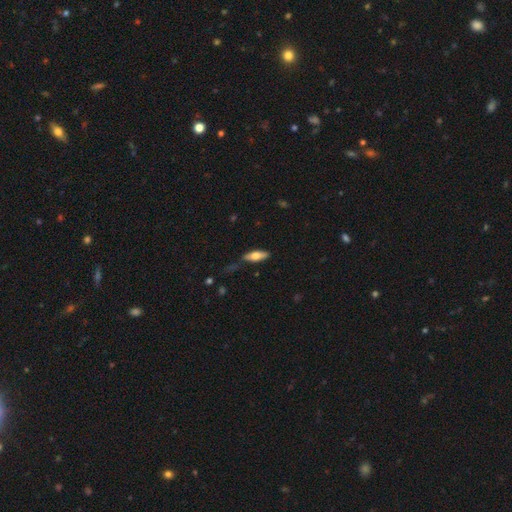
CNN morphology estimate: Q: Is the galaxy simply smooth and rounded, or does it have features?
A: smooth — 60%.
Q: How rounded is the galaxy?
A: in between — 59%.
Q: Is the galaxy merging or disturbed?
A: none — 67%.